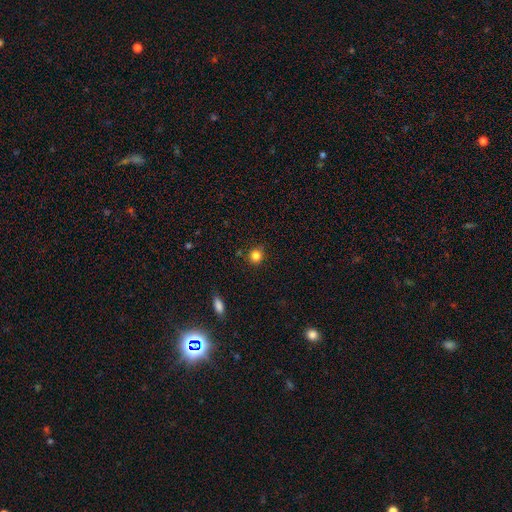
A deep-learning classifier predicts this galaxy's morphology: Smooth or featured? Predicted: smooth (p=0.83). How rounded? Predicted: round (p=0.88). Merging? Predicted: none (p=0.84).